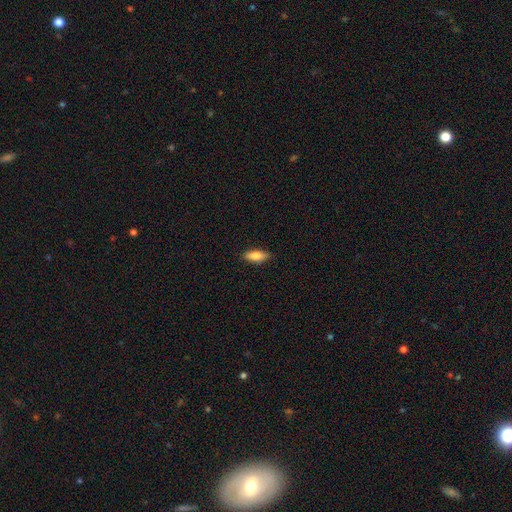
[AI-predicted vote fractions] Smooth or featured? smooth (81%)
How rounded? in between (69%)
Merging? none (88%)